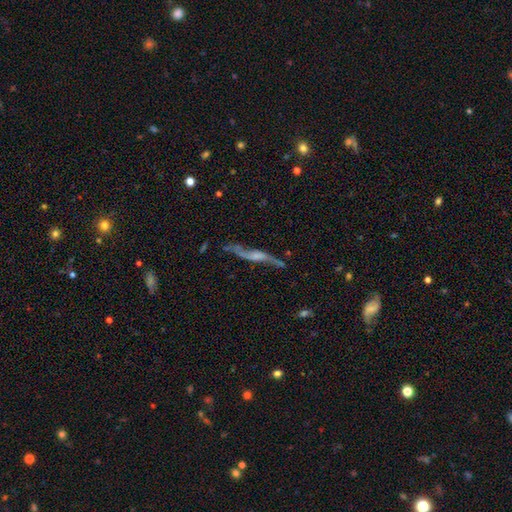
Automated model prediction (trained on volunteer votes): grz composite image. It shows a featured or disk galaxy (75%) viewed edge-on (57%). Merging: none (63%).